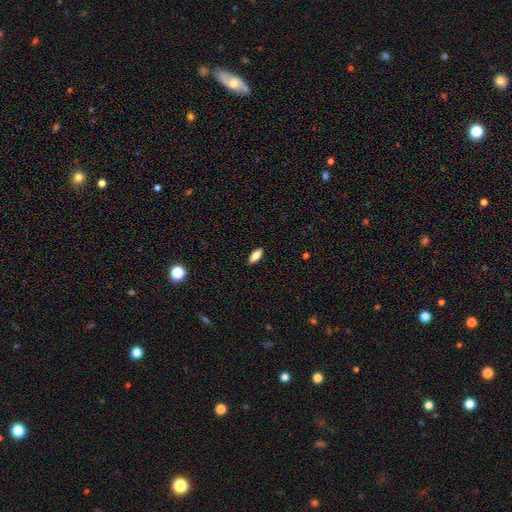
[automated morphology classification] Q: Smooth or featured?
A: smooth (79%); runner-up: featured or disk (14%)
Q: How rounded?
A: in between (77%); runner-up: cigar-shaped (21%)
Q: Merging?
A: none (88%); runner-up: minor disturbance (9%)